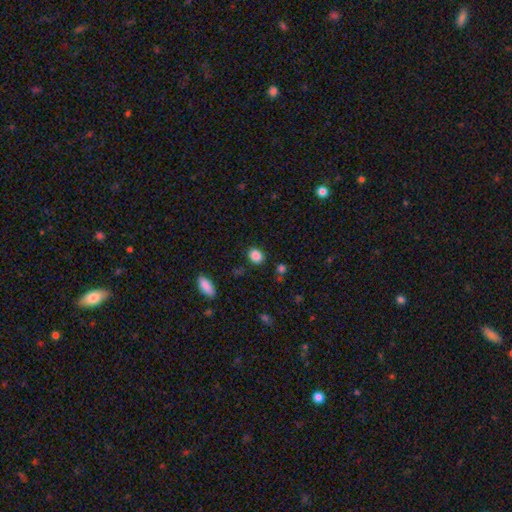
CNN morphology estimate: A smooth galaxy with no disk features (87%) that is in between round and cigar-shaped (51%).

Vote fractions:
- Smooth or featured? smooth: 87% / star or artifact: 10% / featured or disk: 3%
- How rounded? in between: 51% / round: 48% / cigar-shaped: 1%
- Merging? none: 85% / minor disturbance: 10% / major disturbance: 3% / merger: 2%